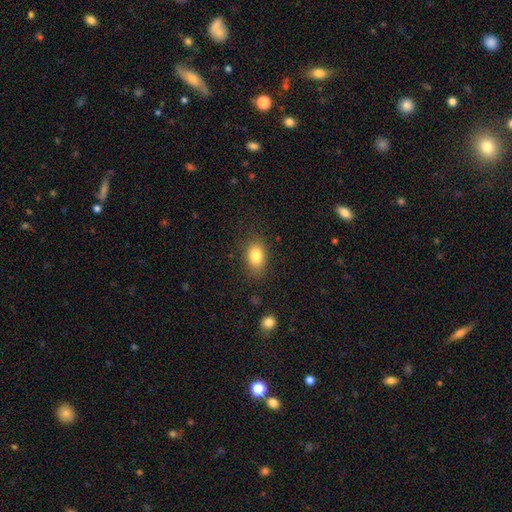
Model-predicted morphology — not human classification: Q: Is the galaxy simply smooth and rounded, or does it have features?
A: smooth — 82%.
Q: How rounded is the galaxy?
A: in between — 81%.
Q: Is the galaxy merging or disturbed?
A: none — 82%.